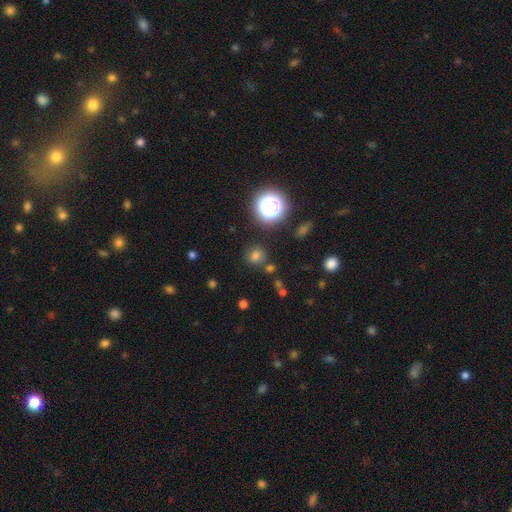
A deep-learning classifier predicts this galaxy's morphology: A smooth galaxy with no disk features (70%) that is round (86%).

Vote fractions:
- Smooth or featured? smooth: 70% / star or artifact: 24% / featured or disk: 6%
- How rounded? round: 86% / in between: 13% / cigar-shaped: 1%
- Merging? none: 82% / minor disturbance: 9% / merger: 5% / major disturbance: 3%